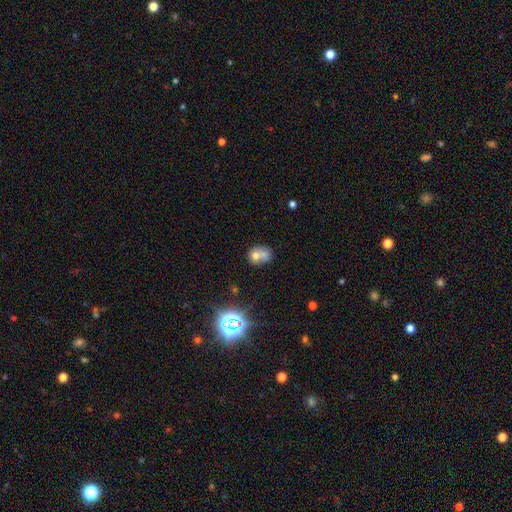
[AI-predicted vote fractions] smooth 62%, featured or disk 23%, star or artifact 15%. Down the decision tree: how rounded — round (58%); merging — merger (53%).